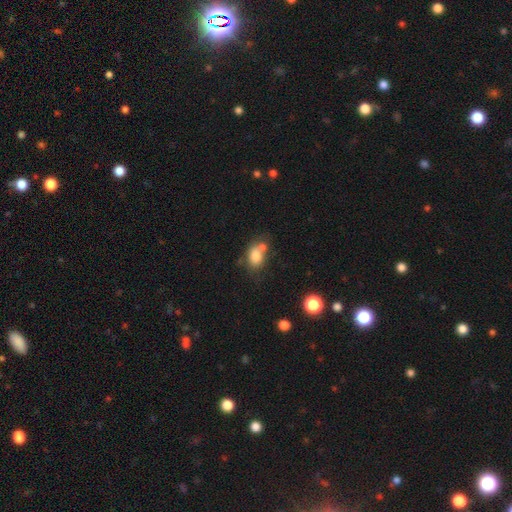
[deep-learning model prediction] smooth-or-featured: smooth: 78% | featured or disk: 12% | star or artifact: 10%
  how-rounded: in between: 66% | round: 33% | cigar-shaped: 1%
  merging: none: 40% | merger: 39% | minor disturbance: 15% | major disturbance: 6%